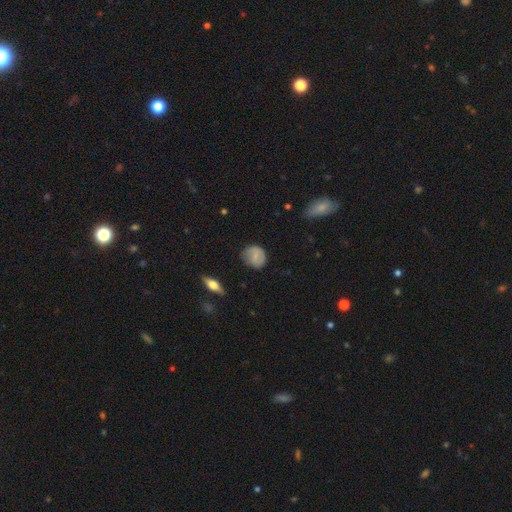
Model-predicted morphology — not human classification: smooth 63%, featured or disk 29%, star or artifact 8%. Down the decision tree: how rounded — round (73%); merging — none (70%).